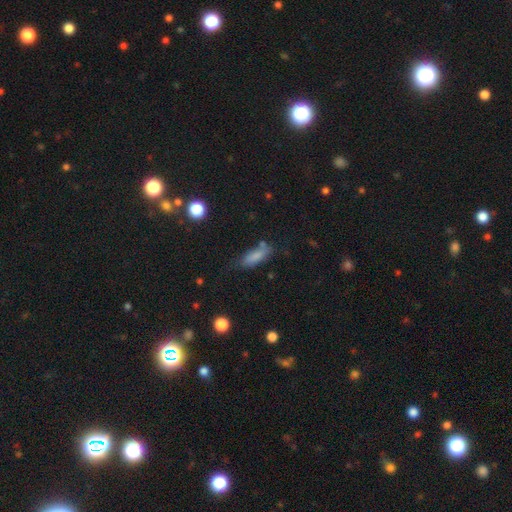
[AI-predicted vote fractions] A smooth galaxy with no disk features (79%) that is in between round and cigar-shaped (61%).

Vote fractions:
- Smooth or featured? smooth: 79% / featured or disk: 12% / star or artifact: 9%
- How rounded? in between: 61% / cigar-shaped: 36% / round: 3%
- Merging? none: 62% / minor disturbance: 24% / major disturbance: 7% / merger: 7%